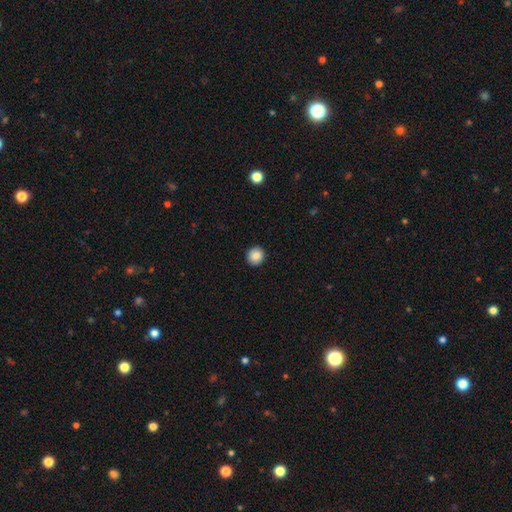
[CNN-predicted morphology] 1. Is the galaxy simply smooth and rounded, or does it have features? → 87% smooth, 9% star or artifact, 4% featured or disk.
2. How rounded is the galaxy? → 91% round, 8% in between, 1% cigar-shaped.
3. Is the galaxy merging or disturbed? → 92% none, 5% minor disturbance, 2% major disturbance, 1% merger.